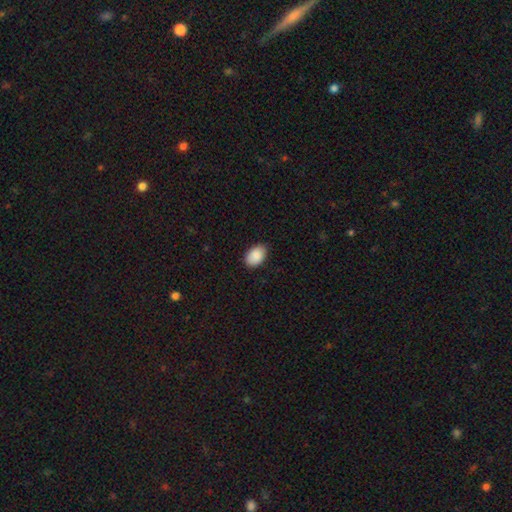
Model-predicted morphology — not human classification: A smooth galaxy with no disk features (89%) that is in between round and cigar-shaped (88%).

Vote fractions:
- Smooth or featured? smooth: 89% / star or artifact: 7% / featured or disk: 4%
- How rounded? in between: 88% / round: 11% / cigar-shaped: 1%
- Merging? none: 85% / minor disturbance: 12% / major disturbance: 2% / merger: 1%